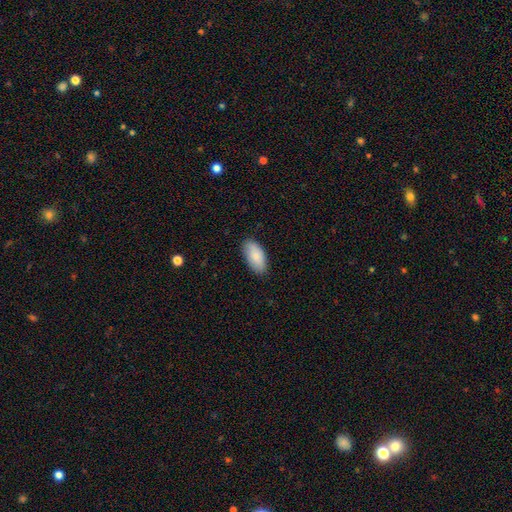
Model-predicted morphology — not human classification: smooth 84%, featured or disk 10%, star or artifact 6%. Down the decision tree: how rounded — in between (94%); merging — none (86%).